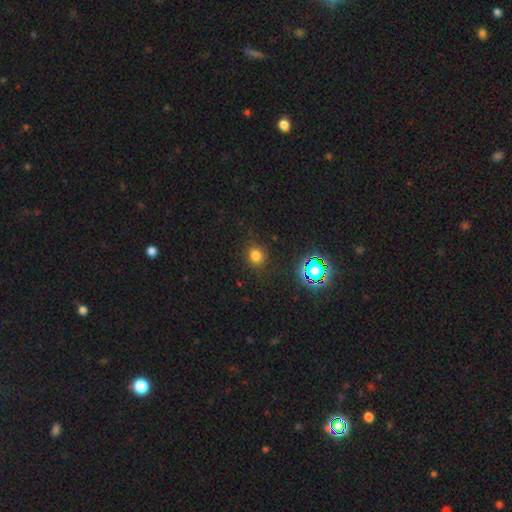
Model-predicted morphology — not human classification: This is likely a smooth galaxy (75%). How rounded: likely round (77%). Merging: clearly none (86%).